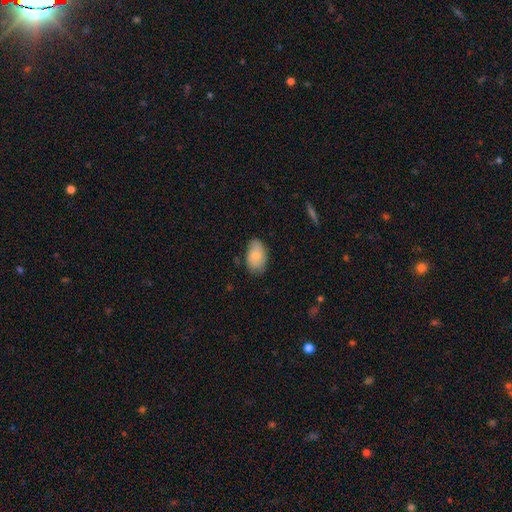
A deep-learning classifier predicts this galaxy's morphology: Smooth or featured: smooth — 78% (featured or disk — 15%)
How rounded: in between — 92% (round — 7%)
Merging: none — 72% (minor disturbance — 23%)